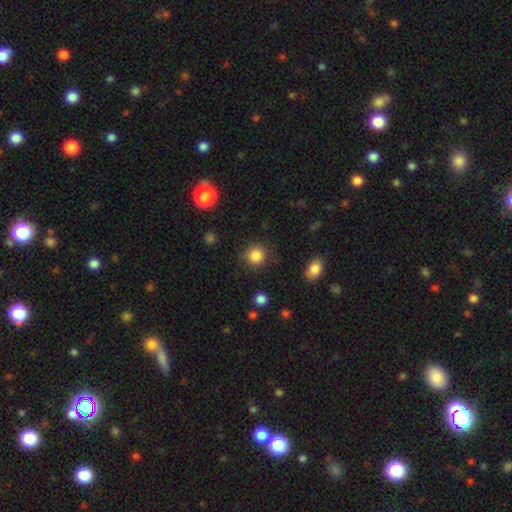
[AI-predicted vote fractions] Smooth or featured? smooth (86%)
How rounded? round (92%)
Merging? none (88%)